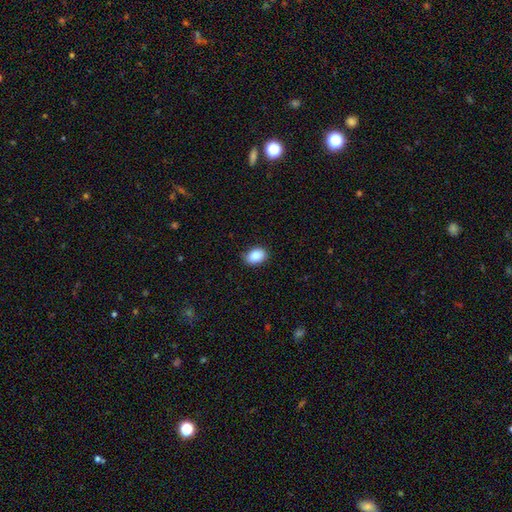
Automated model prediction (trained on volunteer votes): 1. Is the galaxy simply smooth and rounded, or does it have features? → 88% smooth, 8% star or artifact, 4% featured or disk.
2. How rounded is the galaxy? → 84% in between, 15% round, 1% cigar-shaped.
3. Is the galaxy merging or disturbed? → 83% none, 13% minor disturbance, 2% major disturbance, 1% merger.